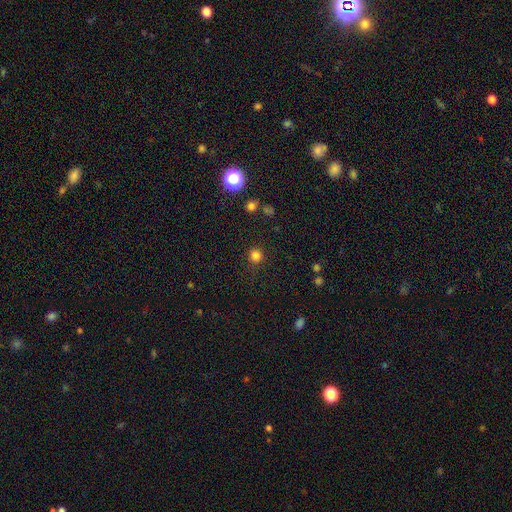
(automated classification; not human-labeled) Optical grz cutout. It shows a smooth galaxy with no disk features (80%) that is round (94%). Merging: none (88%).